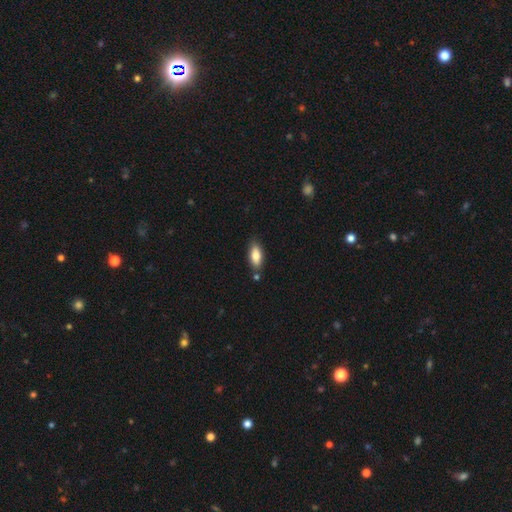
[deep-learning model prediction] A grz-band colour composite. It shows a smooth galaxy with no disk features (81%) that is in between round and cigar-shaped (82%). Merging: none (76%).